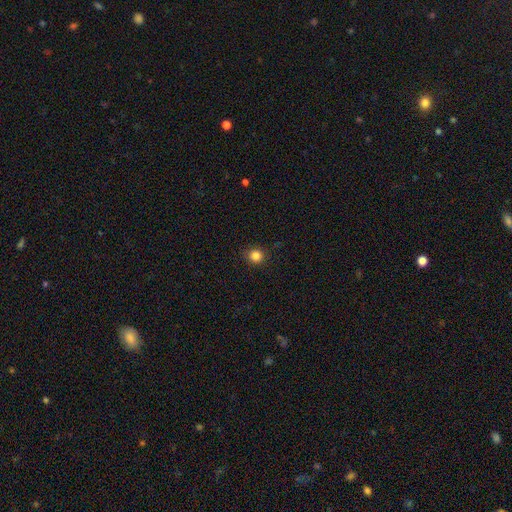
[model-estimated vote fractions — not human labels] Q: Smooth or featured?
A: smooth (84%); runner-up: star or artifact (12%)
Q: How rounded?
A: round (89%); runner-up: in between (11%)
Q: Merging?
A: none (89%); runner-up: minor disturbance (8%)